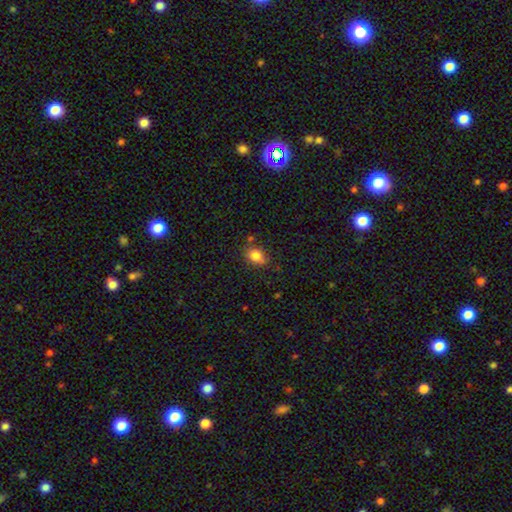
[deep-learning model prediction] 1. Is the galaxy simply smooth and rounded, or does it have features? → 83% smooth, 10% star or artifact, 7% featured or disk.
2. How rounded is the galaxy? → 53% in between, 46% round, 1% cigar-shaped.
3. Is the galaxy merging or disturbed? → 69% none, 21% minor disturbance, 5% merger, 4% major disturbance.